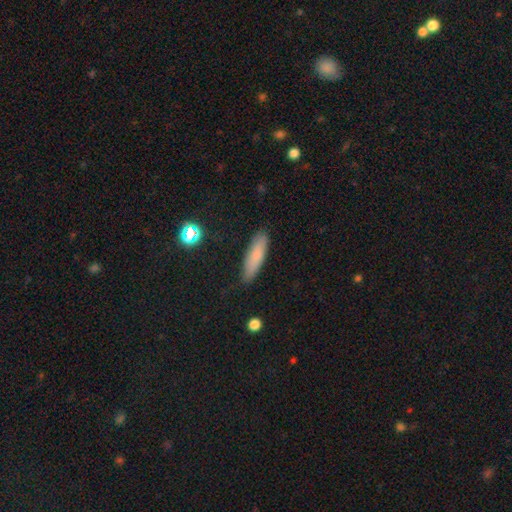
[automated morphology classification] Smooth or featured?
  - smooth: 80% *
  - featured or disk: 12%
  - star or artifact: 8%
How rounded?
  - cigar-shaped: 65% *
  - in between: 33%
  - round: 2%
Merging?
  - none: 85% *
  - minor disturbance: 12%
  - major disturbance: 2%
  - merger: 1%